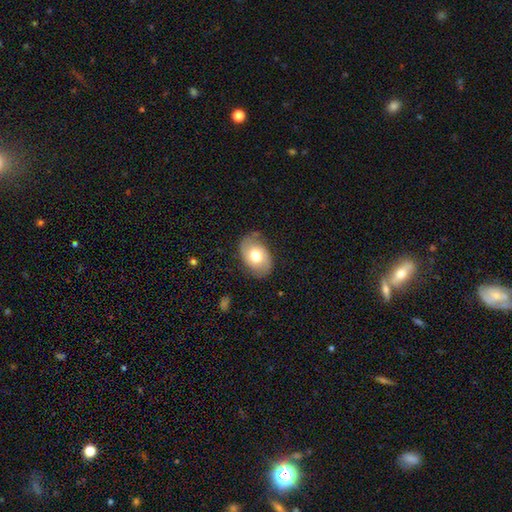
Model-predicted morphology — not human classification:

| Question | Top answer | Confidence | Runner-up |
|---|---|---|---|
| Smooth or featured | smooth | 57% | featured or disk (36%) |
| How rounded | in between | 84% | round (15%) |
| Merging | none | 71% | minor disturbance (22%) |